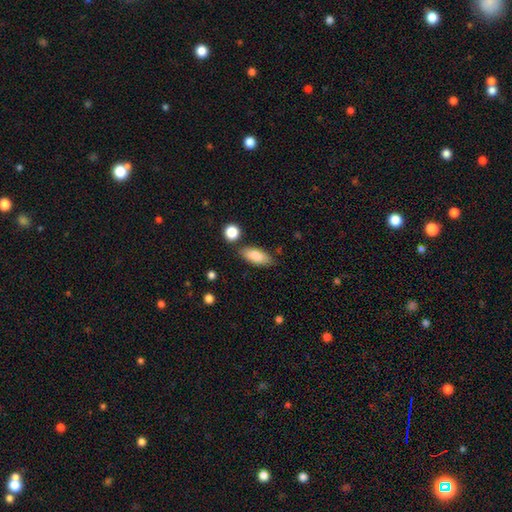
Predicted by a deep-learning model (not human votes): Morphology: type=smooth (83%); roundness=in between (81%); merging=none (78%).